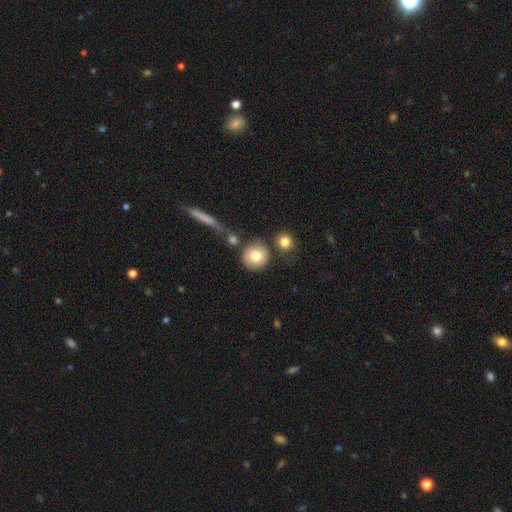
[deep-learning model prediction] Smooth or featured? Predicted: smooth (p=0.80). How rounded? Predicted: round (p=0.91). Merging? Predicted: none (p=0.74).